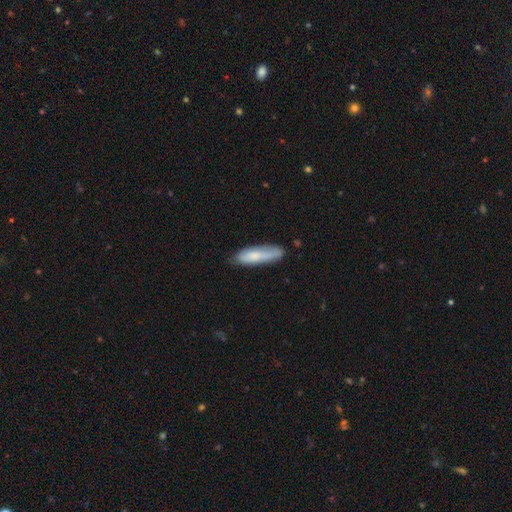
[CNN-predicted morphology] This appears to be a smooth galaxy with no disk features (72%) that is cigar-shaped (61%). Merging: none (71%).